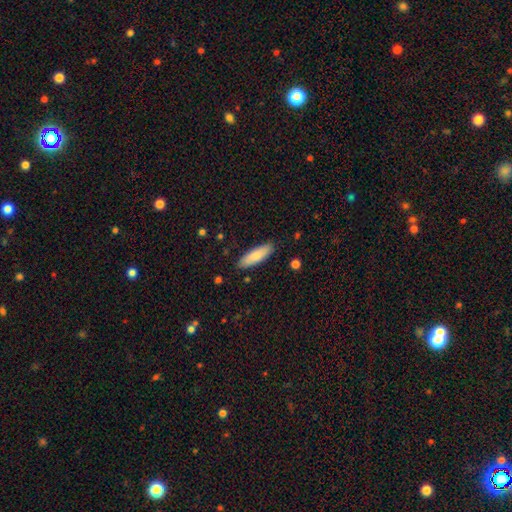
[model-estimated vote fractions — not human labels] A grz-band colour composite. It shows a smooth galaxy with no disk features (82%) that is in between round and cigar-shaped (57%). Merging: none (87%).